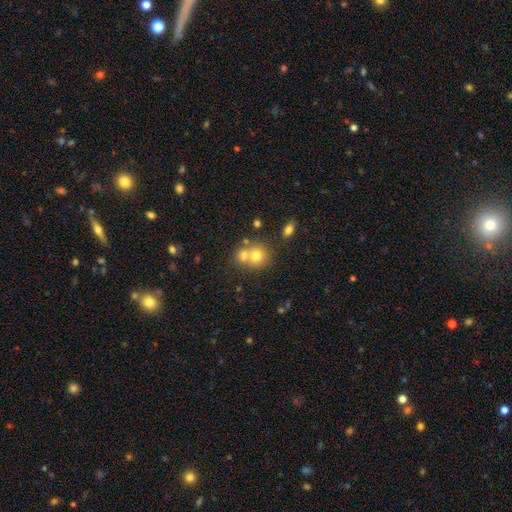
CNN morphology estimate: smooth 71%, featured or disk 17%, star or artifact 12%. Down the decision tree: how rounded — round (80%); merging — merger (49%).